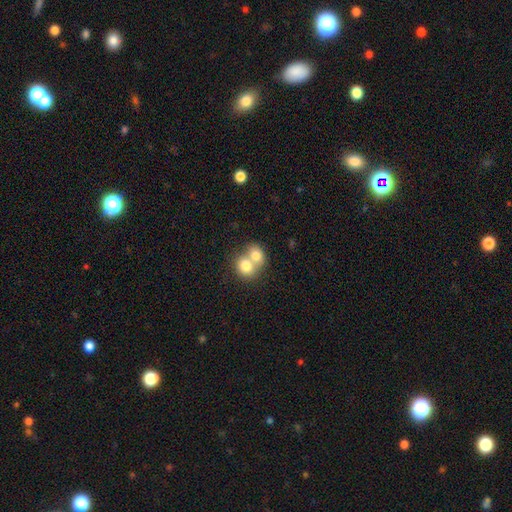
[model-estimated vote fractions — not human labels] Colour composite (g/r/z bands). It shows a smooth galaxy with no disk features (75%) that is round (63%). Merging: merger (73%).